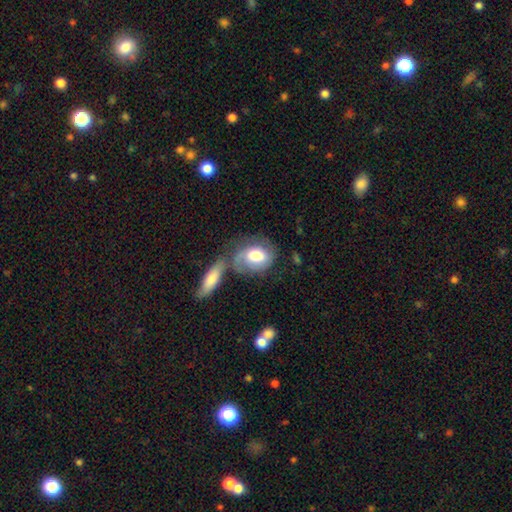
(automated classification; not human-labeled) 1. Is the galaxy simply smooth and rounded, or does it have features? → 54% smooth, 39% featured or disk, 6% star or artifact.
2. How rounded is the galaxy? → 70% in between, 28% round, 2% cigar-shaped.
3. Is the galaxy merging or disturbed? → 37% merger, 33% none, 17% minor disturbance, 13% major disturbance.